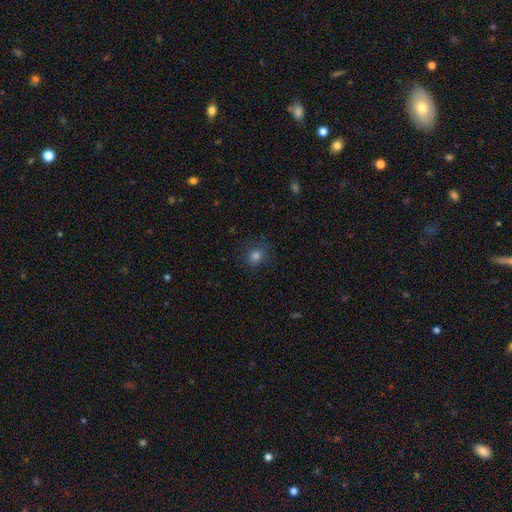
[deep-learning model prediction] smooth_or_featured: smooth (p=0.79) [alt: star or artifact p=0.15]
how_rounded: round (p=0.74) [alt: in between p=0.25]
merging: none (p=0.83) [alt: minor disturbance p=0.12]